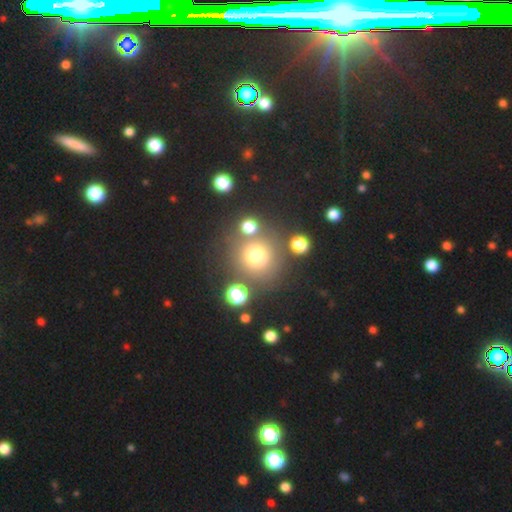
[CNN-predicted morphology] Q: Smooth or featured?
A: smooth (71%); runner-up: star or artifact (18%)
Q: How rounded?
A: round (93%); runner-up: in between (6%)
Q: Merging?
A: none (74%); runner-up: merger (10%)